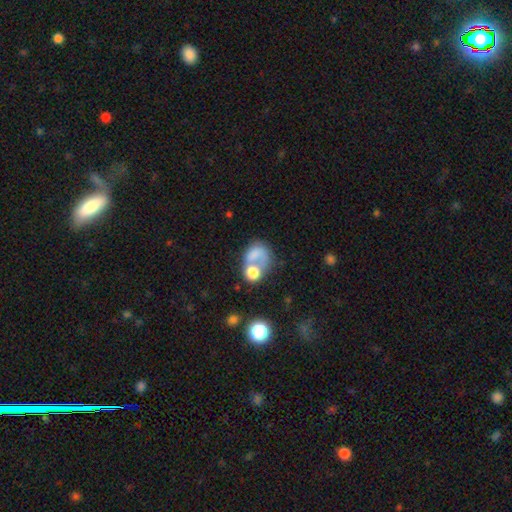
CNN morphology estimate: A smooth galaxy with no disk features (61%) that is in between round and cigar-shaped (56%). Merging: merger (41%).